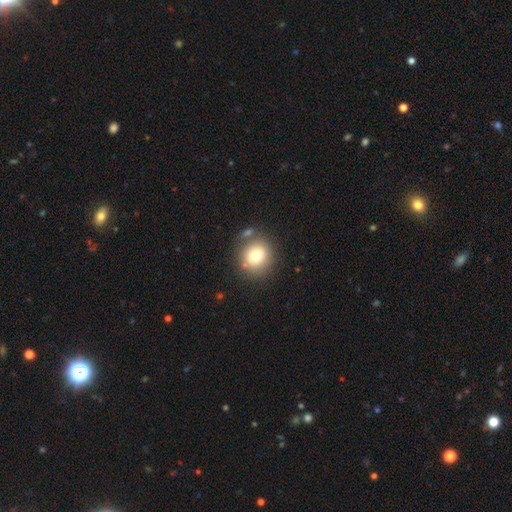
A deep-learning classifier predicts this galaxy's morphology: type=smooth (75%); roundness=round (89%); merging=none (74%).